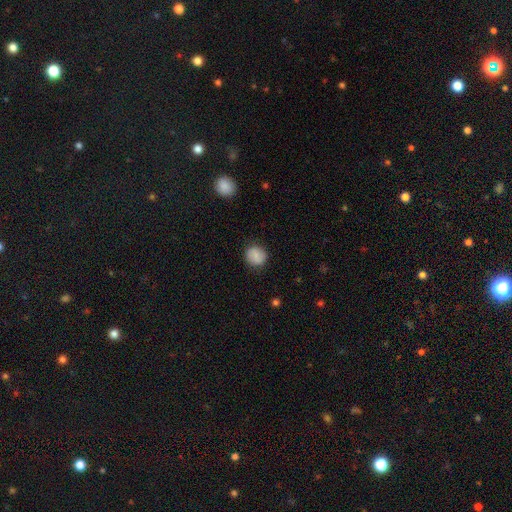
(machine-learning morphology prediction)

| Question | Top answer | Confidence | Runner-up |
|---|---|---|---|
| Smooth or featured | smooth | 80% | featured or disk (12%) |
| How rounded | round | 84% | in between (15%) |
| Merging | none | 85% | minor disturbance (11%) |